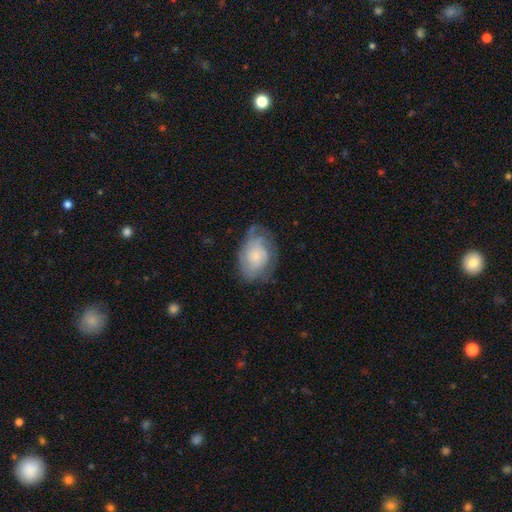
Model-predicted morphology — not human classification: Overall: featured or disk (58%; smooth 35%). Edge-on disk: no (97%). Bar: no (80%). Spiral arms: yes (84%). Bulge size: small (62%; moderate 23%). Merging: none (61%; minor disturbance 25%).